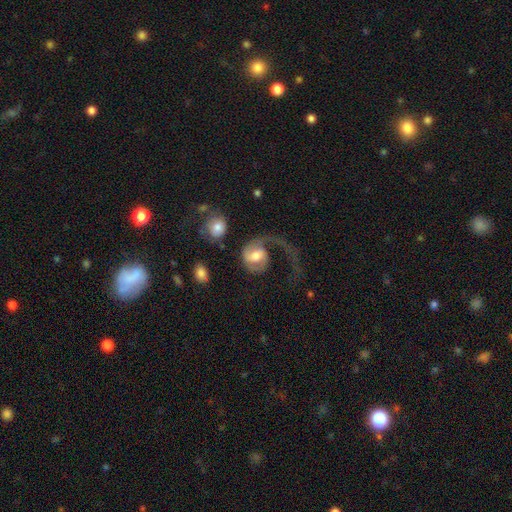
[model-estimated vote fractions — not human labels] A featured or disk galaxy (73%) with a weak bar (45%), 1 (71%) loose (56%) spiral arms (90%) and a moderate central bulge (65%).

Vote fractions:
- Smooth or featured? featured or disk: 73% / smooth: 22% / star or artifact: 6%
- Edge-on disk? no: 98% / yes: 2%
- Bar? weak: 45% / no: 41% / strong: 14%
- Spiral arms? yes: 90% / no: 10%
- Spiral winding? loose: 56% / medium: 32% / tight: 12%
- Spiral arm count? 1: 71% / 2: 22% / can't tell: 4% / 3: 1% / 4: 1% / more than 4: 1%
- Bulge size? moderate: 65% / small: 17% / large: 14% / none: 2% / dominant: 2%
- Merging? major disturbance: 56% / none: 28% / minor disturbance: 11% / merger: 5%